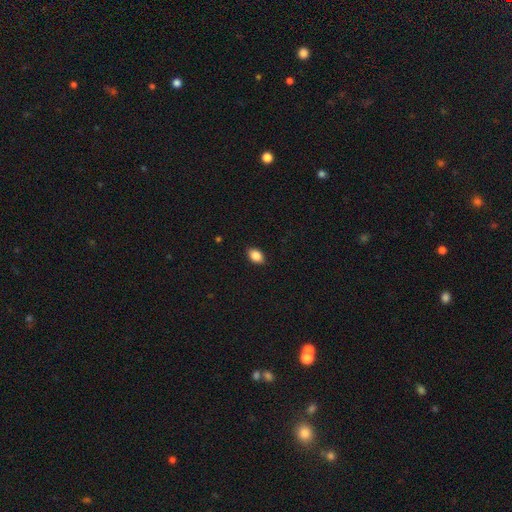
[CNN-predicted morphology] The model was most divided on "how rounded": in between: 84%, round: 14%, cigar-shaped: 1%. More confident: merging — none (89%); smooth or featured — smooth (87%).